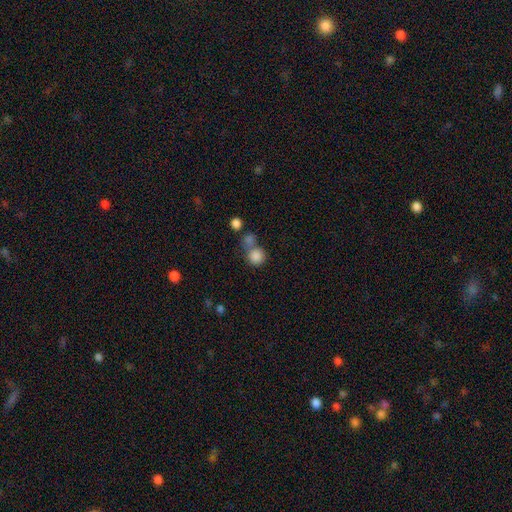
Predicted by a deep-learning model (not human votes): Q: Smooth or featured?
A: smooth (84%); runner-up: star or artifact (10%)
Q: How rounded?
A: round (91%); runner-up: in between (8%)
Q: Merging?
A: none (48%); runner-up: merger (38%)